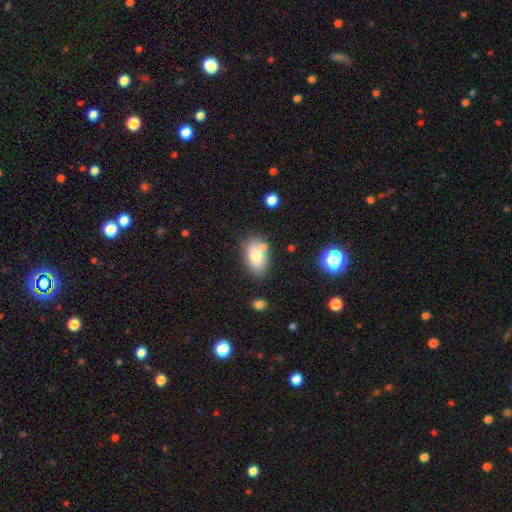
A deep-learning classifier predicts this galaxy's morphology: Smooth or featured? smooth (75%)
How rounded? in between (89%)
Merging? none (68%)